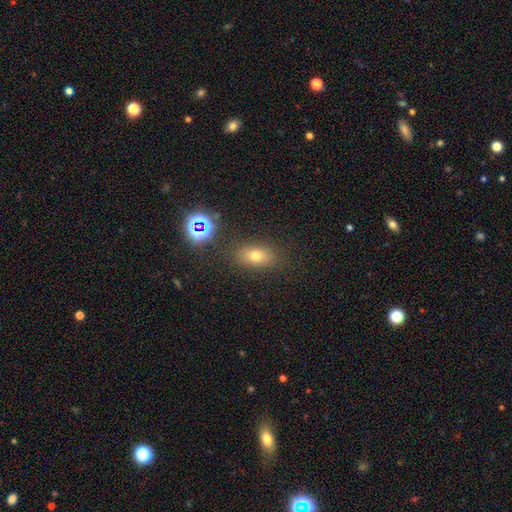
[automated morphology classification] A smooth galaxy with no disk features (64%) that is in between round and cigar-shaped (76%). Merging: none (84%).